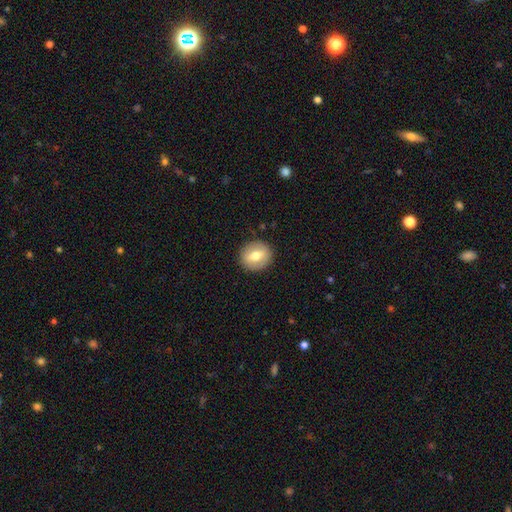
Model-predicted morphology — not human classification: Smooth or featured: smooth — 60% (featured or disk — 32%)
How rounded: round — 82% (in between — 17%)
Merging: none — 89% (minor disturbance — 7%)